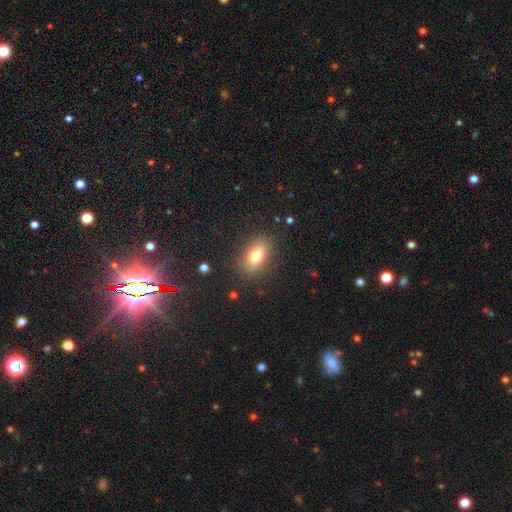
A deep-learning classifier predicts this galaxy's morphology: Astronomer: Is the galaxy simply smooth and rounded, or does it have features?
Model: smooth — 77%.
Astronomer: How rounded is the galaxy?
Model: in between — 85%.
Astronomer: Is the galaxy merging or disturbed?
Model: none — 85%.